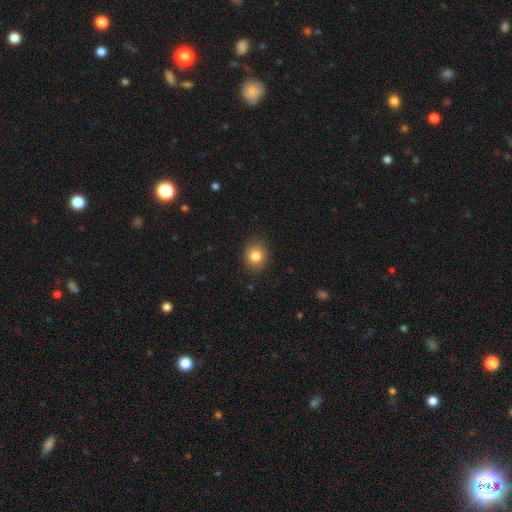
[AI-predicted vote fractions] A smooth galaxy with no disk features (82%) that is round (64%).

Vote fractions:
- Smooth or featured? smooth: 82% / star or artifact: 10% / featured or disk: 7%
- How rounded? round: 64% / in between: 35% / cigar-shaped: 1%
- Merging? none: 86% / minor disturbance: 11% / major disturbance: 3% / merger: 1%